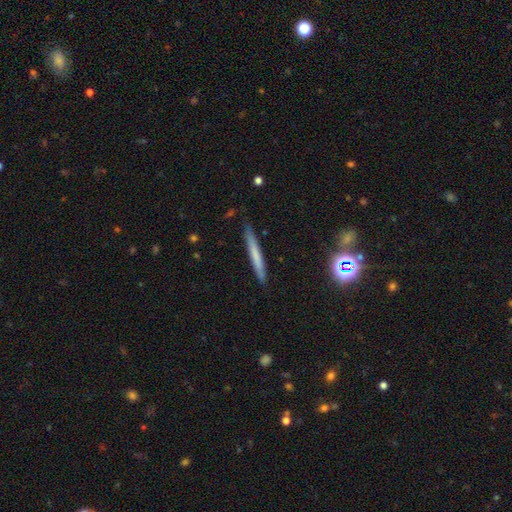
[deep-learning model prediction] A smooth galaxy with no disk features (62%) that is cigar-shaped (96%). Merging: none (87%).